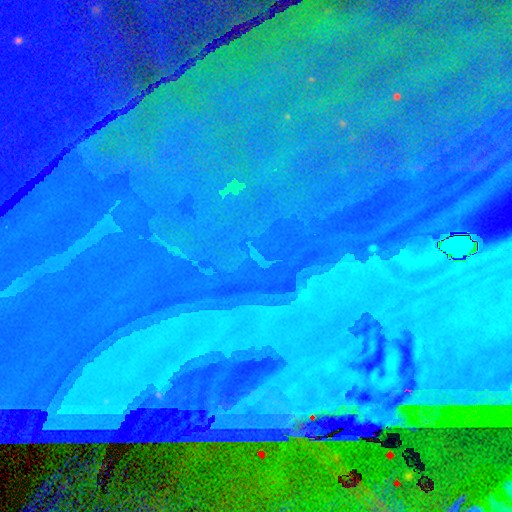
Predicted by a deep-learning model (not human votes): smooth-or-featured: star or artifact: 85% | featured or disk: 8% | smooth: 7%